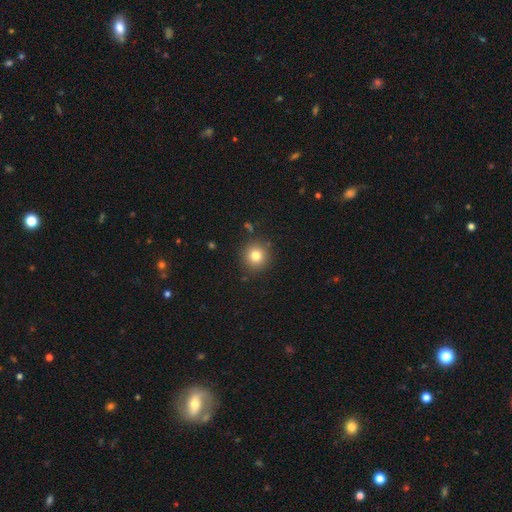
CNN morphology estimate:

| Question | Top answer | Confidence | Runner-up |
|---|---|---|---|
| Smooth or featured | smooth | 79% | star or artifact (12%) |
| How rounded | round | 94% | in between (5%) |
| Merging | none | 89% | minor disturbance (7%) |